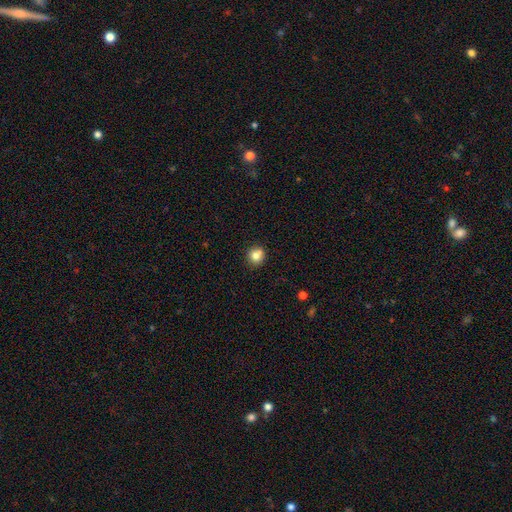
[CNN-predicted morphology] A smooth galaxy with no disk features (81%) that is round (89%).

Vote fractions:
- Smooth or featured? smooth: 81% / star or artifact: 11% / featured or disk: 8%
- How rounded? round: 89% / in between: 10% / cigar-shaped: 1%
- Merging? none: 81% / minor disturbance: 11% / merger: 6% / major disturbance: 2%